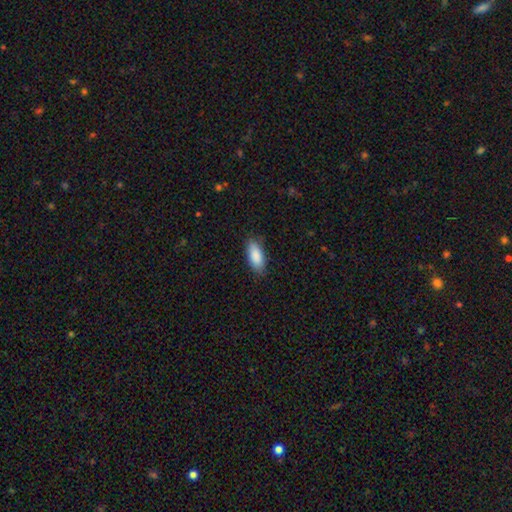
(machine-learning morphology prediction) Smooth or featured?
  - smooth: 89% *
  - star or artifact: 6%
  - featured or disk: 5%
How rounded?
  - in between: 84% *
  - cigar-shaped: 14%
  - round: 2%
Merging?
  - none: 84% *
  - minor disturbance: 12%
  - major disturbance: 2%
  - merger: 1%